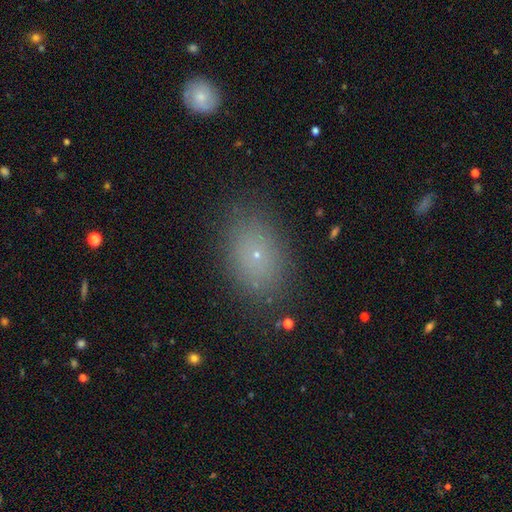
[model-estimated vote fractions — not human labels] This appears to be a smooth galaxy with no disk features (68%) that is in between round and cigar-shaped (77%). Merging: none (83%).